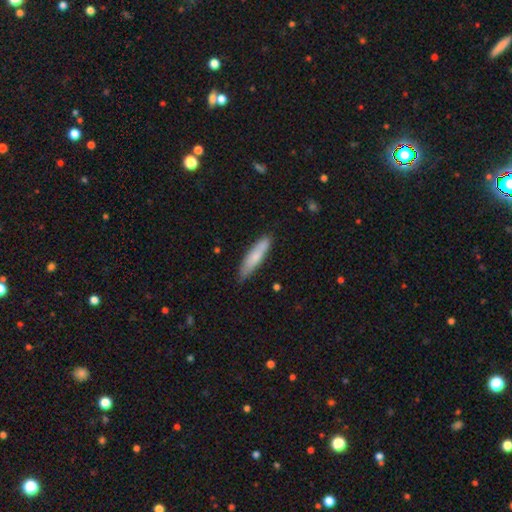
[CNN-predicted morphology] Overall: smooth (74%). How rounded: cigar-shaped (82%). Merging: none (82%).